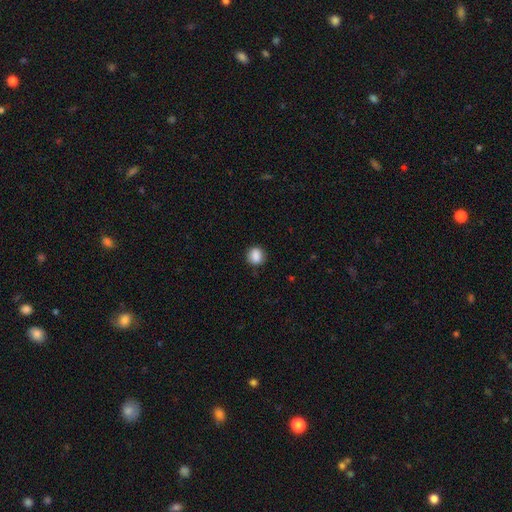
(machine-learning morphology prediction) This is clearly a smooth galaxy (87%). How rounded: likely round (77%). Merging: clearly none (85%).